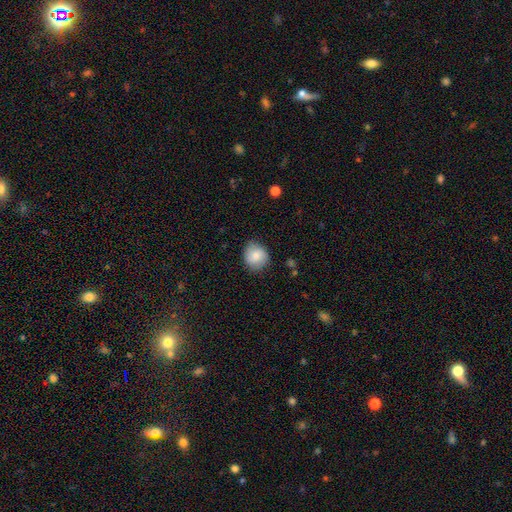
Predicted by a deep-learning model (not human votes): This is clearly a smooth galaxy (83%). How rounded: likely round (77%). Merging: likely none (78%).